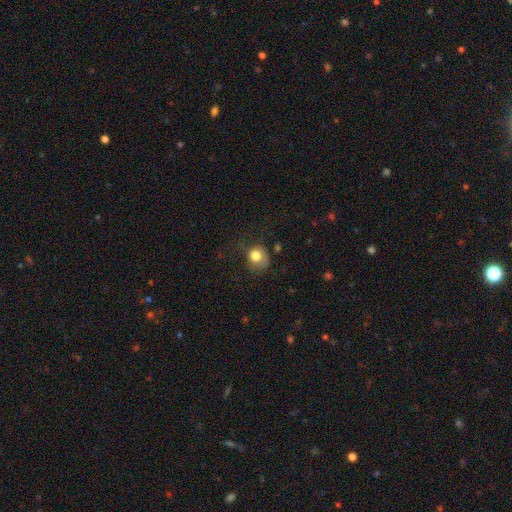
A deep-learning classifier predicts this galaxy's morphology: A smooth galaxy with no disk features (79%) that is round (74%).

Vote fractions:
- Smooth or featured? smooth: 79% / star or artifact: 11% / featured or disk: 11%
- How rounded? round: 74% / in between: 25% / cigar-shaped: 1%
- Merging? none: 51% / minor disturbance: 28% / major disturbance: 19% / merger: 2%